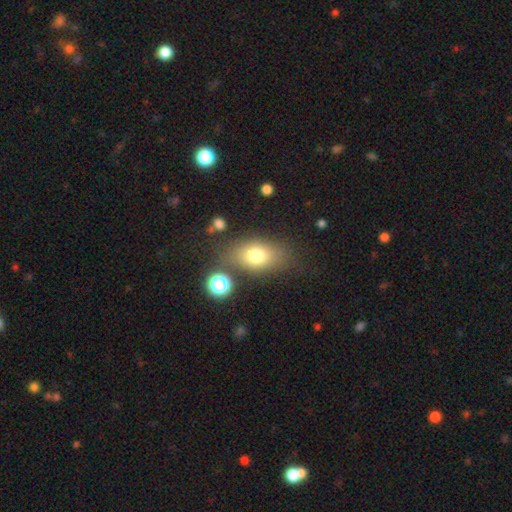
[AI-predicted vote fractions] Smooth or featured?
  - smooth: 75% *
  - featured or disk: 13%
  - star or artifact: 12%
How rounded?
  - in between: 79% *
  - round: 17%
  - cigar-shaped: 3%
Merging?
  - none: 71% *
  - minor disturbance: 15%
  - major disturbance: 7%
  - merger: 6%